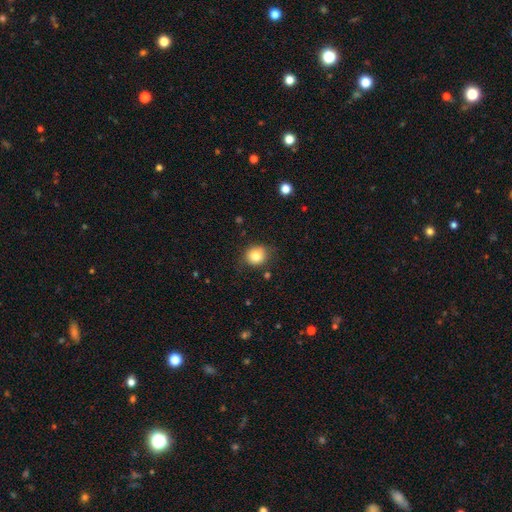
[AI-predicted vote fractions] smooth 81%, star or artifact 10%, featured or disk 8%. Down the decision tree: how rounded — round (81%); merging — none (82%).